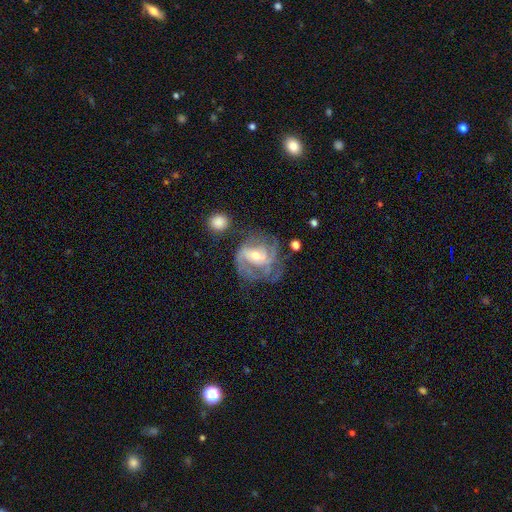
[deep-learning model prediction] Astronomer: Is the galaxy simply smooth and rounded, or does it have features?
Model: featured or disk — 82%.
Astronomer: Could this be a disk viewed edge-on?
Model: no — 97%.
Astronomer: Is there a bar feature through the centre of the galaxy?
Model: weak — 43% (runner-up: no, 37%).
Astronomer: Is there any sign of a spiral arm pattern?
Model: yes — 90%.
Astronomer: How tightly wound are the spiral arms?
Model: medium — 43% (runner-up: tight, 40%).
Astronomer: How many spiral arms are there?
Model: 2 — 30% (runner-up: can't tell, 28%).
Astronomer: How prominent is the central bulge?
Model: moderate — 52% (runner-up: small, 42%).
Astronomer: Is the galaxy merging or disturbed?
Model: none — 51%.